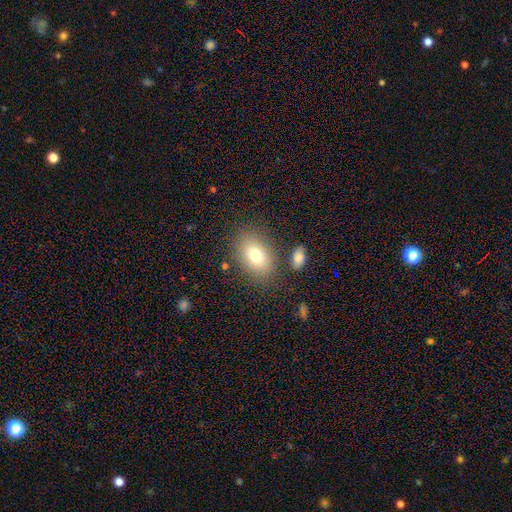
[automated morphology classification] Smooth or featured? smooth (76%)
How rounded? in between (82%)
Merging? none (80%)